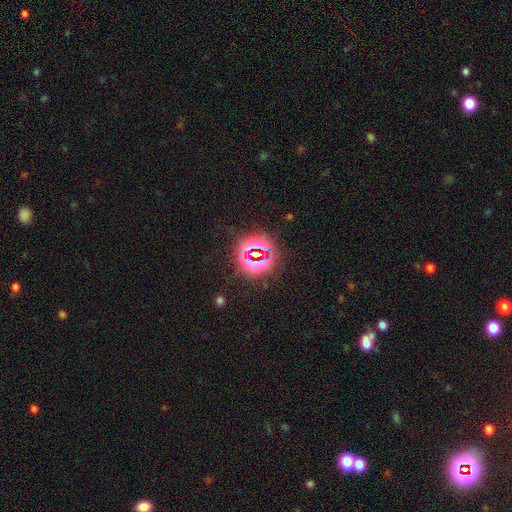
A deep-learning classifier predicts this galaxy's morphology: This is likely a star or artifact rather than a galaxy (76%).